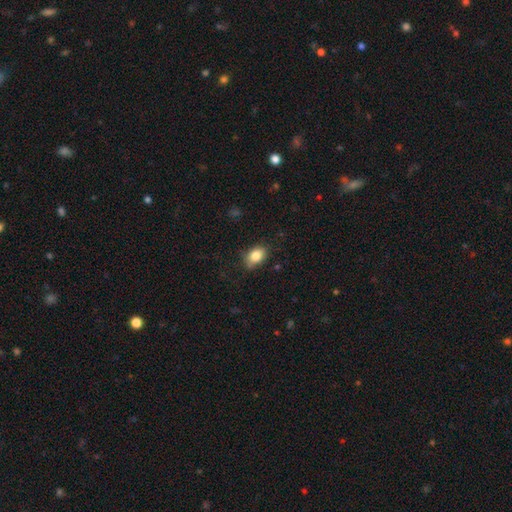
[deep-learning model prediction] This appears to be a smooth galaxy with no disk features (84%) that is in between round and cigar-shaped (77%). Merging: none (73%).